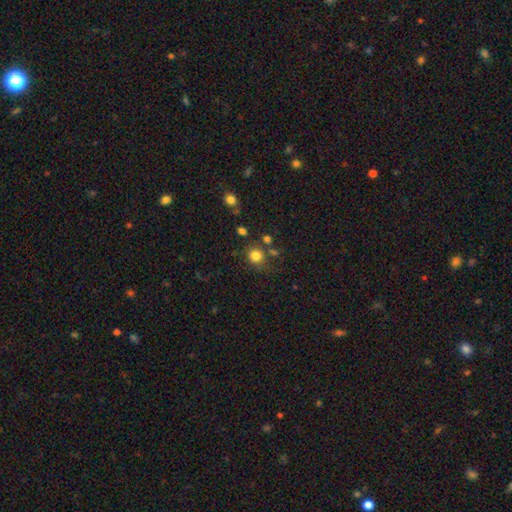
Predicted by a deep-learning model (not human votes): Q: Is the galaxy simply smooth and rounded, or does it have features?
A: smooth — 81%.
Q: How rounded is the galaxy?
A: round — 87%.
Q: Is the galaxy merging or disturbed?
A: none — 72%.